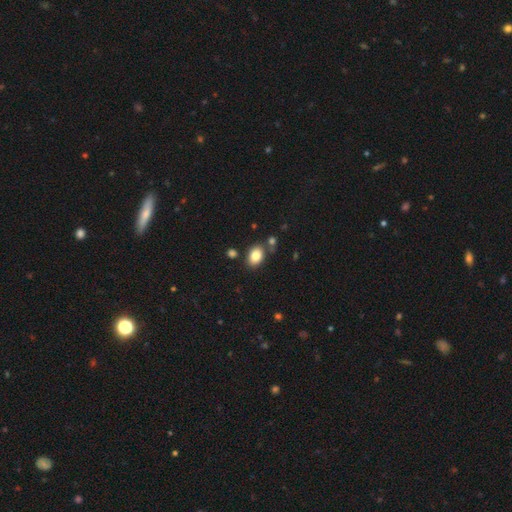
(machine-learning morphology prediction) type=smooth (83%); roundness=in between (78%); merging=none (76%).